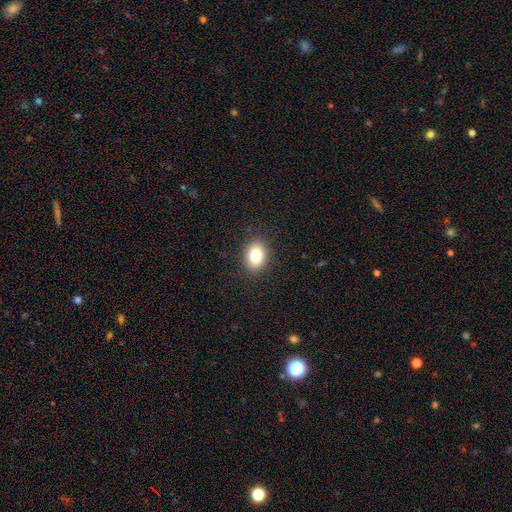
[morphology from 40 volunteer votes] Smooth or featured? 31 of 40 (78%) said smooth. How rounded? 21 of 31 (68%) said in between. Merging? 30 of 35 (86%) said none.